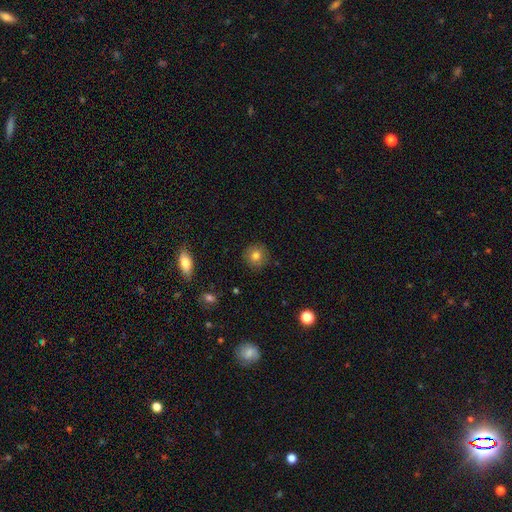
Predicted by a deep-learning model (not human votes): This appears to be a smooth galaxy with no disk features (79%) that is round (91%). Merging: none (88%).